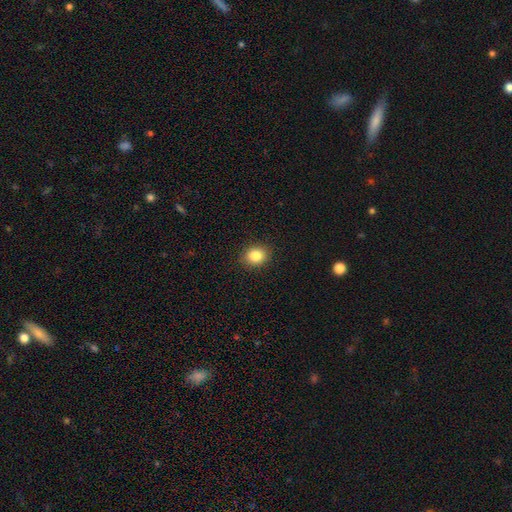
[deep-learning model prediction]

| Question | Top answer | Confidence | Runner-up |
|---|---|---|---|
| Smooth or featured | smooth | 84% | star or artifact (10%) |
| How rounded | round | 59% | in between (40%) |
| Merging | none | 90% | minor disturbance (7%) |